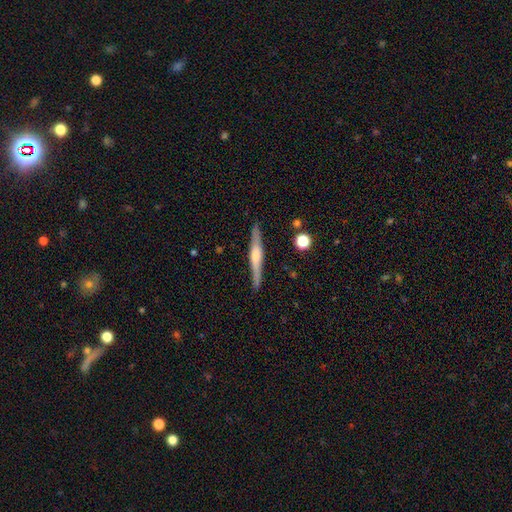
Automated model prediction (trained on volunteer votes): Q: Smooth or featured?
A: featured or disk (70%); runner-up: smooth (25%)
Q: Edge-on disk?
A: yes (98%); runner-up: no (2%)
Q: Edge-on bulge?
A: rounded (73%); runner-up: boxy (18%)
Q: Merging?
A: none (90%); runner-up: minor disturbance (7%)